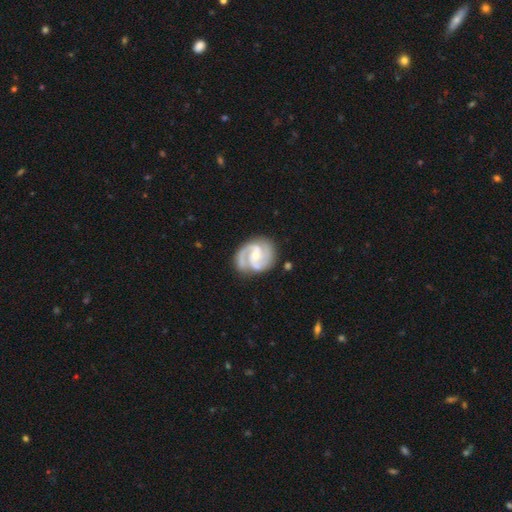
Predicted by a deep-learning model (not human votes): Smooth or featured? featured or disk (90%)
Edge-on disk? no (98%)
Bar? weak (46%)
Spiral arms? yes (98%)
Spiral winding? medium (52%)
Spiral arm count? 2 (71%)
Bulge size? small (55%)
Merging? none (74%)